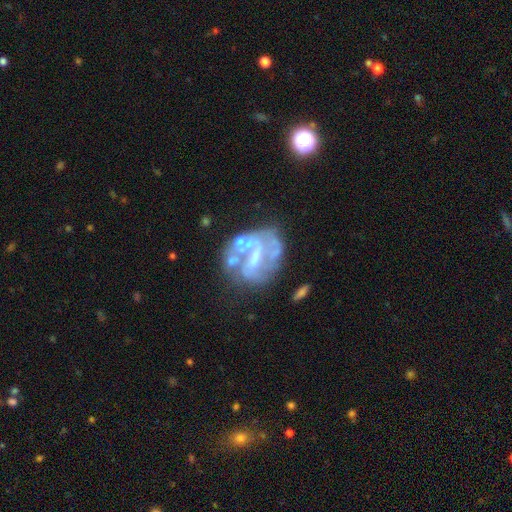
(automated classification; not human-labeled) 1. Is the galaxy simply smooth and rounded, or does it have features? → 74% featured or disk, 15% smooth, 11% star or artifact.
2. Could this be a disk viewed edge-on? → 98% no, 2% yes.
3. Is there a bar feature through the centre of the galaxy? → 46% no, 34% weak, 20% strong.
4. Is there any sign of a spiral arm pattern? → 58% no, 42% yes.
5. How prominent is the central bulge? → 32% none (tied), 32% moderate (tied), 30% small, 4% large, 1% dominant.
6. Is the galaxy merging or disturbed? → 43% none, 22% major disturbance, 20% minor disturbance, 15% merger.